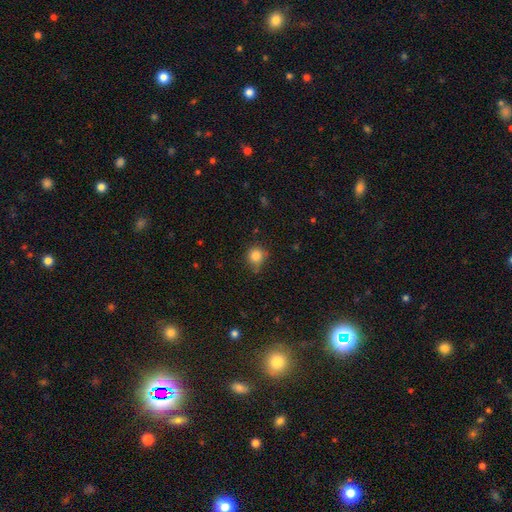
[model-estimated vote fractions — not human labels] Smooth or featured? Predicted: smooth (p=0.82). How rounded? Predicted: round (p=0.87). Merging? Predicted: none (p=0.66).